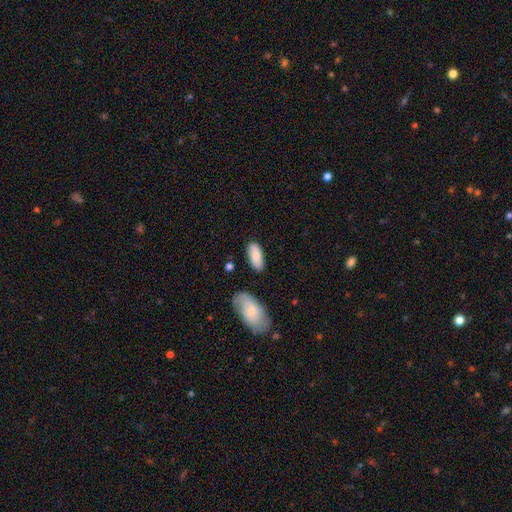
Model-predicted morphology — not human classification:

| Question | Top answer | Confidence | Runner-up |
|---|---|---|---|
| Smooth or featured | smooth | 80% | featured or disk (14%) |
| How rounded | in between | 85% | cigar-shaped (12%) |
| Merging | none | 78% | minor disturbance (14%) |